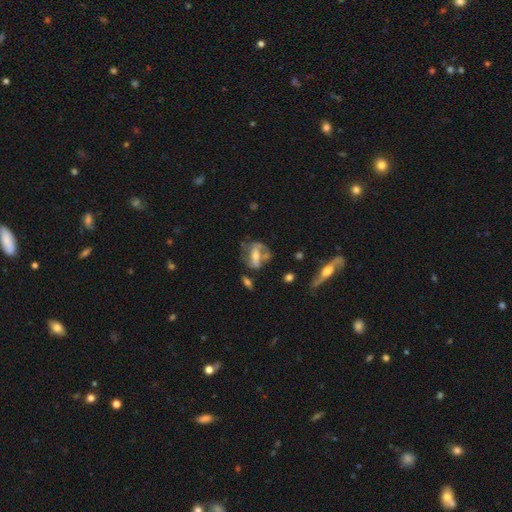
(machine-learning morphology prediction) Smooth or featured?
  - featured or disk: 62% *
  - smooth: 30%
  - star or artifact: 8%
Edge-on disk?
  - no: 90% *
  - yes: 10%
Bar?
  - strong: 37% *
  - no: 34%
  - weak: 29%
Spiral arms?
  - yes: 53% *
  - no: 47%
Bulge size?
  - moderate: 50% *
  - small: 37%
  - large: 6%
  - none: 5%
  - dominant: 1%
Merging?
  - none: 42% *
  - major disturbance: 24%
  - minor disturbance: 22%
  - merger: 12%